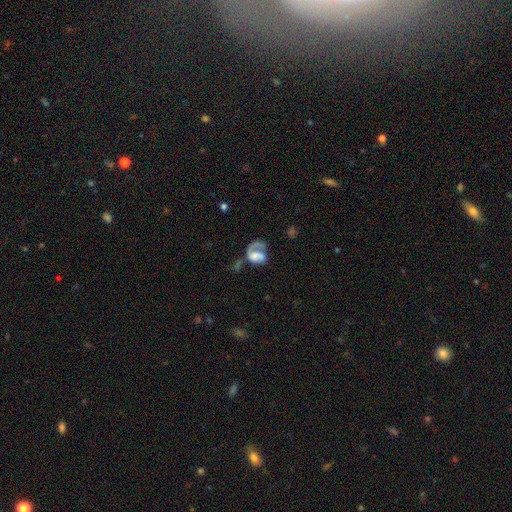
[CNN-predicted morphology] smooth_or_featured: featured or disk (p=0.62) [alt: smooth p=0.30]
disk_edge_on: no (p=0.98) [alt: yes p=0.02]
bar: no (p=0.69) [alt: weak p=0.23]
has_spiral_arms: yes (p=0.72) [alt: no p=0.28]
bulge_size: none (p=0.35) [alt: moderate p=0.25]
merging: major disturbance (p=0.44) [alt: none p=0.25]